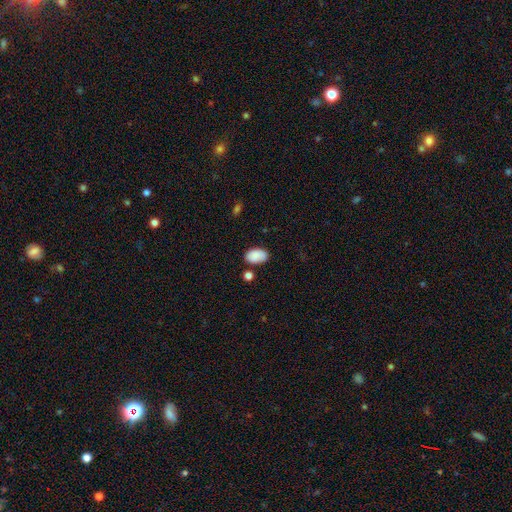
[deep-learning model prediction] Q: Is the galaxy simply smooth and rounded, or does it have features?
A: smooth — 88%.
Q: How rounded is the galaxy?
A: in between — 92%.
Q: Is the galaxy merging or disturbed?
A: none — 73%.